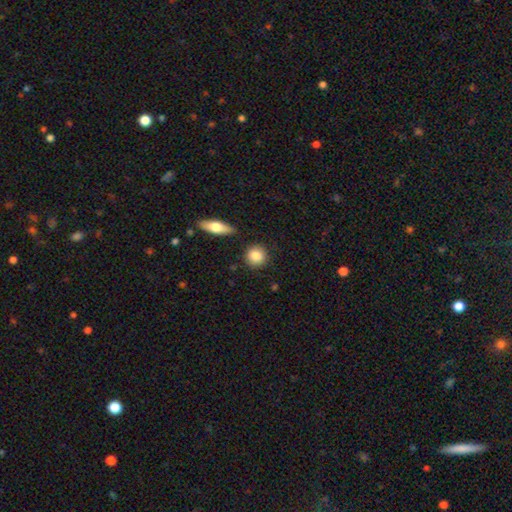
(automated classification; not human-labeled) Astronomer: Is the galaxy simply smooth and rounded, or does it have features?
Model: smooth — 86%.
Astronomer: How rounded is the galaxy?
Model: round — 85%.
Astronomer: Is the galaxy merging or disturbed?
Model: none — 86%.